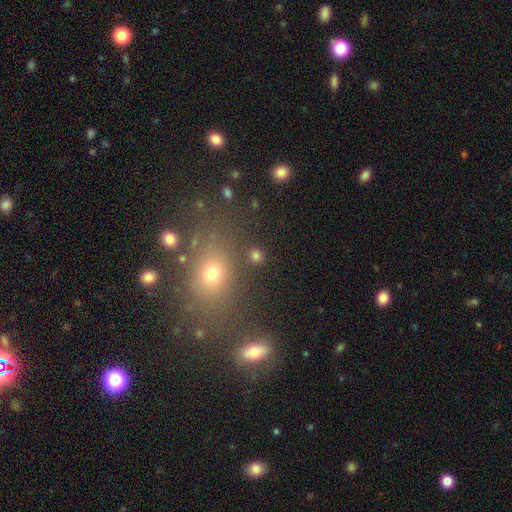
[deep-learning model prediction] Morphology: type=smooth (79%); roundness=round (86%); merging=none (84%).